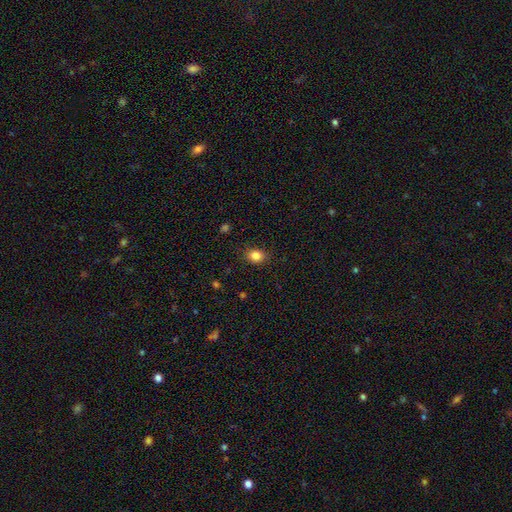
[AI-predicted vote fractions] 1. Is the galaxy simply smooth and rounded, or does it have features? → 84% smooth, 11% star or artifact, 5% featured or disk.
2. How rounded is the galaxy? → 53% round, 46% in between, 1% cigar-shaped.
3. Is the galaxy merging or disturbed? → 86% none, 10% minor disturbance, 3% major disturbance, 1% merger.